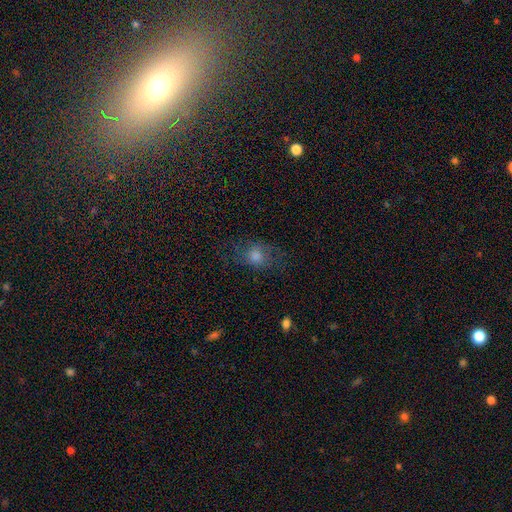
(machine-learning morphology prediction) Overall: smooth (55%; featured or disk 26%). How rounded: round (50%; in between 48%). Merging: none (62%).